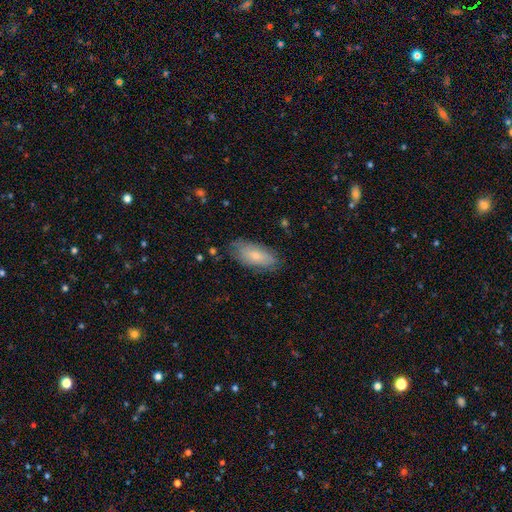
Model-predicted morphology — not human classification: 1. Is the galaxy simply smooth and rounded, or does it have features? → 72% smooth, 22% featured or disk, 7% star or artifact.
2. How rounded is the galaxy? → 87% in between, 11% cigar-shaped, 2% round.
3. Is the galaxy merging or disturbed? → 74% none, 20% minor disturbance, 4% major disturbance, 1% merger.